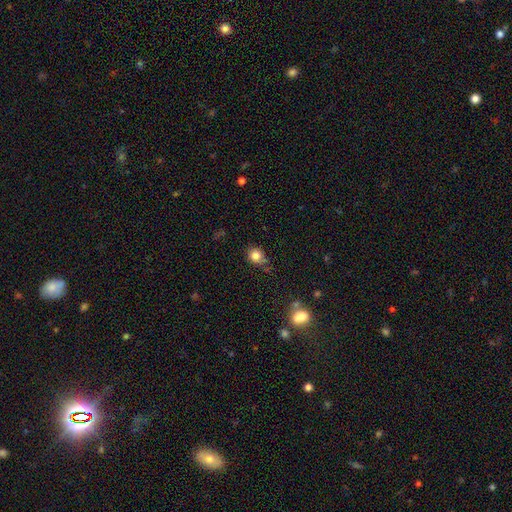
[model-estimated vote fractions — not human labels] The model was most divided on "merging": none: 63%, minor disturbance: 27%, major disturbance: 6%, merger: 4%. More confident: smooth or featured — smooth (81%); how rounded — round (73%).